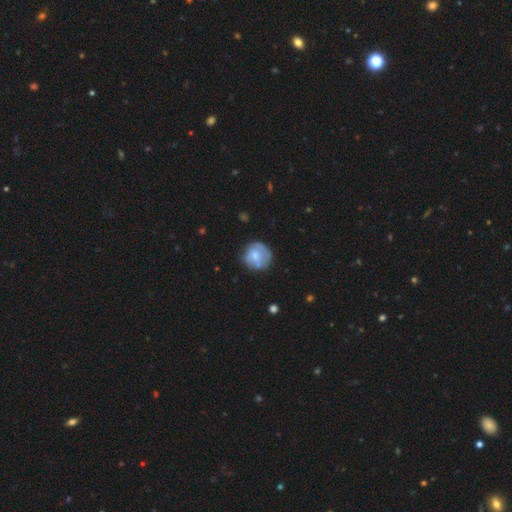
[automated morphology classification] This appears to be a smooth galaxy with no disk features (58%) that is round (85%). Merging: none (61%).